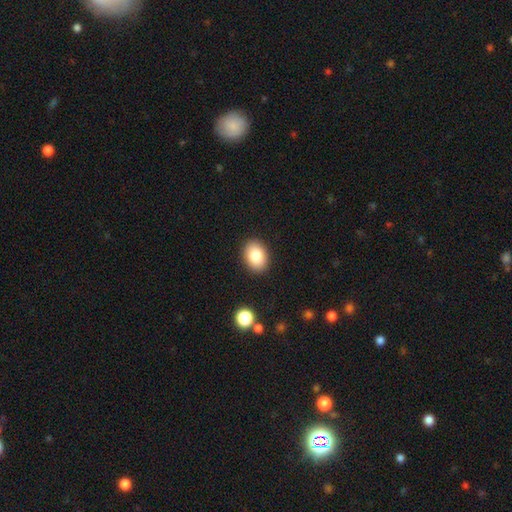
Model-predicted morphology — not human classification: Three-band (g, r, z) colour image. It shows a smooth galaxy with no disk features (84%) that is in between round and cigar-shaped (74%). Merging: none (89%).